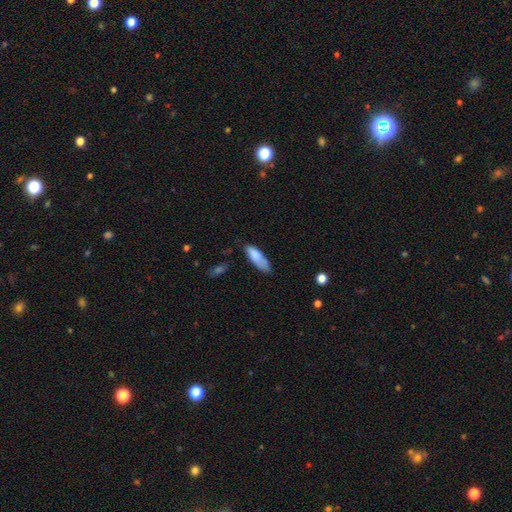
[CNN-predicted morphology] smooth 82%, featured or disk 11%, star or artifact 7%. Down the decision tree: how rounded — in between (61%); merging — none (47%).